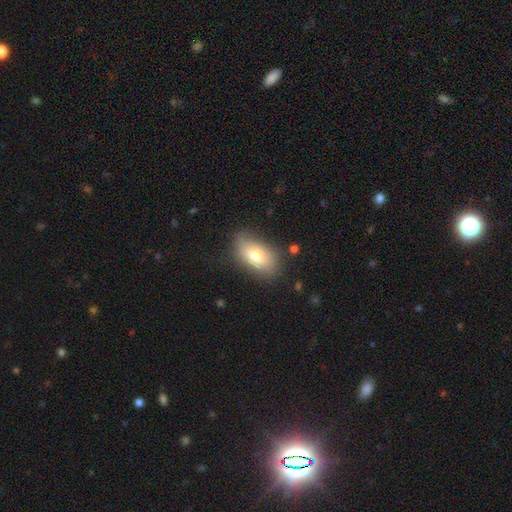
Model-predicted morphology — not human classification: This is likely a smooth galaxy (73%). How rounded: clearly in between (91%). Merging: likely none (72%).